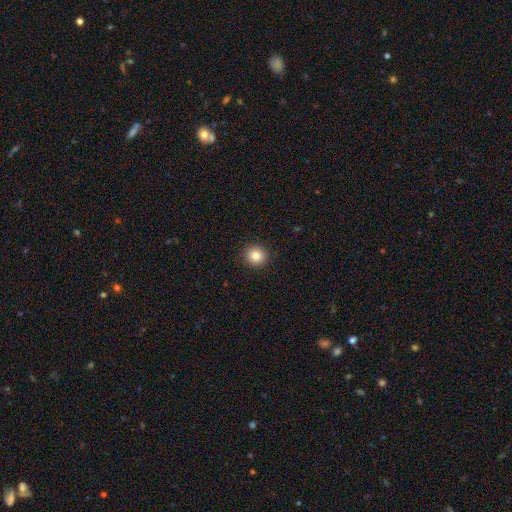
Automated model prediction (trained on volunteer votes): This appears to be a smooth galaxy with no disk features (85%) that is round (91%). Merging: none (92%).